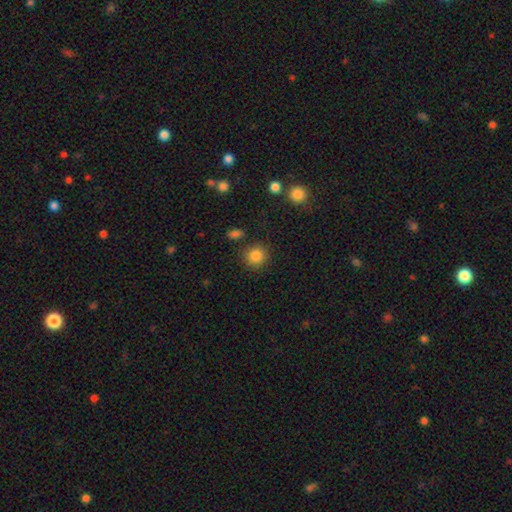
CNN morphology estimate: A smooth galaxy with no disk features (84%) that is round (90%). Merging: none (85%).